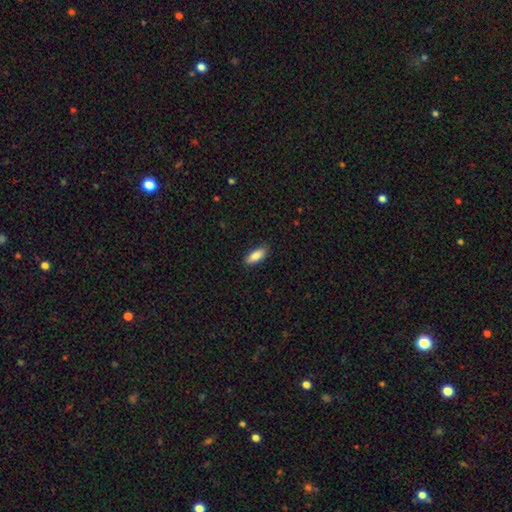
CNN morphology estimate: Q: Smooth or featured?
A: smooth (87%); runner-up: featured or disk (7%)
Q: How rounded?
A: in between (78%); runner-up: cigar-shaped (21%)
Q: Merging?
A: none (86%); runner-up: minor disturbance (11%)